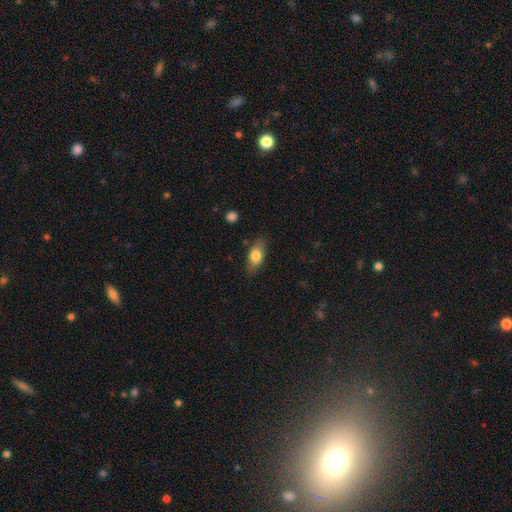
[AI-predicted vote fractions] Morphology: type=smooth (77%); roundness=in between (84%); merging=none (82%).